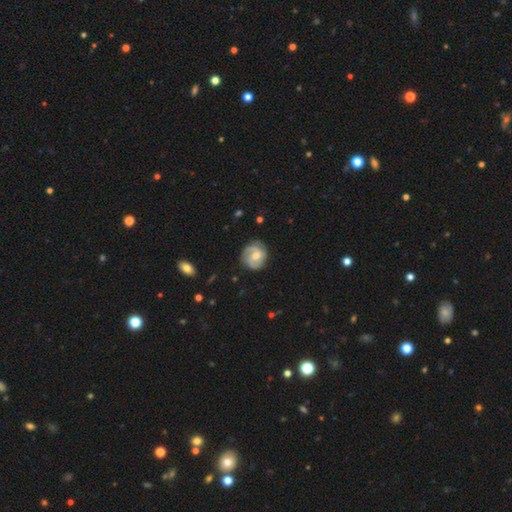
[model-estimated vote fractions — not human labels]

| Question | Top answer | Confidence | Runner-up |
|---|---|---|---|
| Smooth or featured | featured or disk | 68% | smooth (26%) |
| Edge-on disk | no | 98% | yes (2%) |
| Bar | no | 47% | weak (45%) |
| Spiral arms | yes | 91% | no (9%) |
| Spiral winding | medium | 42% | tight (40%) |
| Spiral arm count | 2 | 70% | can't tell (13%) |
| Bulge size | moderate | 61% | small (32%) |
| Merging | none | 77% | minor disturbance (17%) |